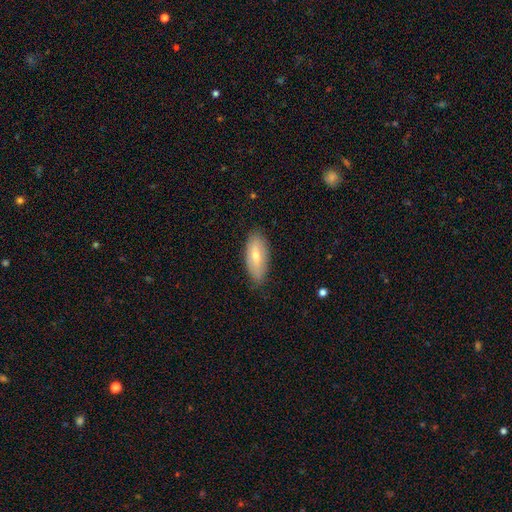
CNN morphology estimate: smooth 58%, featured or disk 35%, star or artifact 7%. Down the decision tree: how rounded — in between (79%); merging — none (82%).